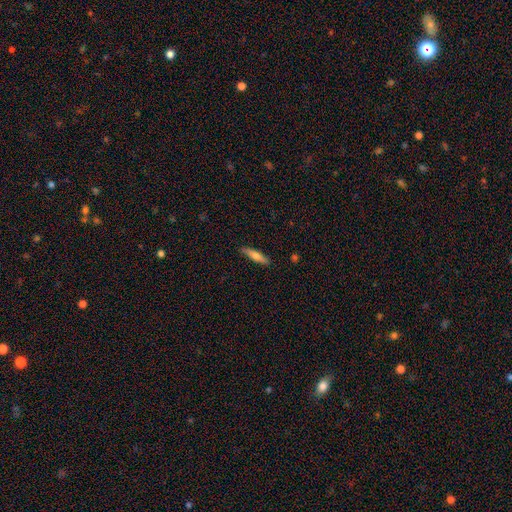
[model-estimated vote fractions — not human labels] smooth_or_featured: smooth (p=0.65) [alt: featured or disk p=0.30]
how_rounded: cigar-shaped (p=0.82) [alt: in between p=0.16]
merging: none (p=0.88) [alt: minor disturbance p=0.09]